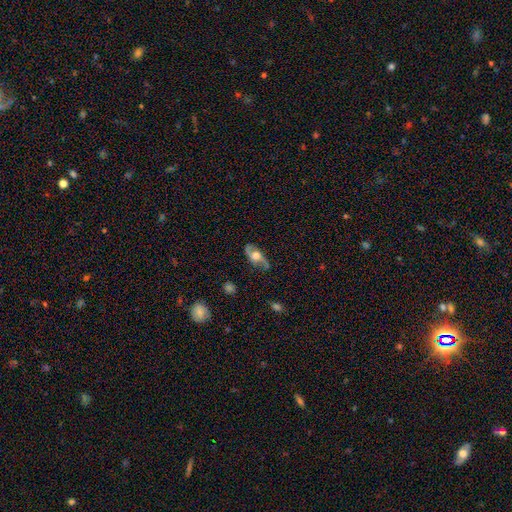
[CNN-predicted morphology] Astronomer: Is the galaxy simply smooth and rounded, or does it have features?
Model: featured or disk — 66%.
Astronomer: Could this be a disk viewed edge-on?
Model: no — 83%.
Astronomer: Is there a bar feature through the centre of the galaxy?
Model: no — 70%.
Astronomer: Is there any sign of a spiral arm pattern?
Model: yes — 82%.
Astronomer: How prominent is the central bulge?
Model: large — 47% (runner-up: moderate, 41%).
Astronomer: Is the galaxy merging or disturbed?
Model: none — 70%.